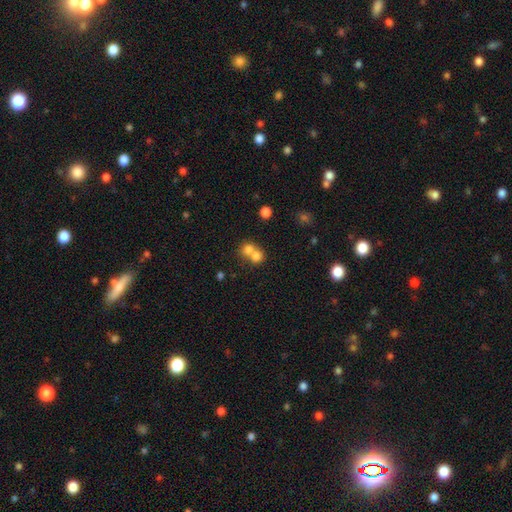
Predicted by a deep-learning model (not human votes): A smooth galaxy with no disk features (73%) that is round (78%). Merging: merger (62%).